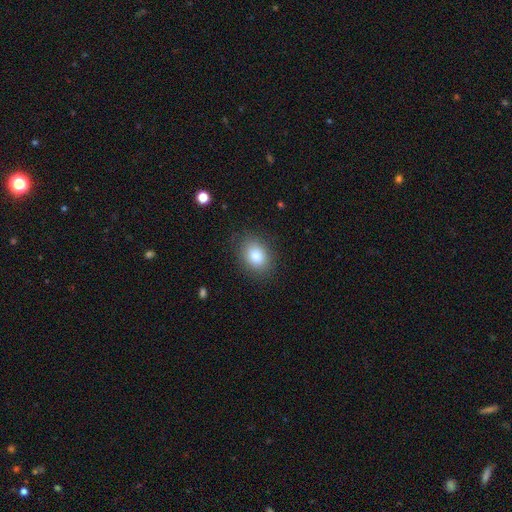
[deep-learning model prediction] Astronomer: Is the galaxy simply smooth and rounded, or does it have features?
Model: smooth — 84%.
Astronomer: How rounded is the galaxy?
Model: in between — 64%.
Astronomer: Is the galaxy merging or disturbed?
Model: none — 84%.